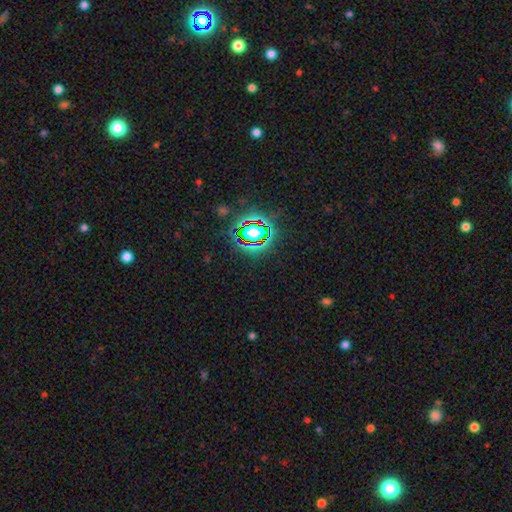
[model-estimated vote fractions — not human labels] A star or artifact, not a galaxy (80%).

Vote fractions:
- Smooth or featured? star or artifact: 80% / smooth: 11% / featured or disk: 8%